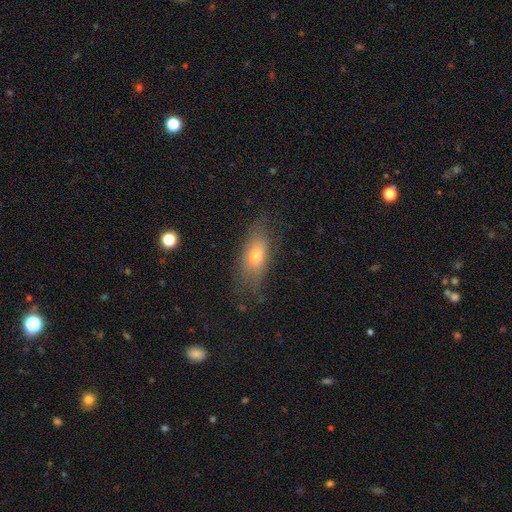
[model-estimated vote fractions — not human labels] This is likely a smooth galaxy (66%). How rounded: likely in between (79%). Merging: likely none (70%).